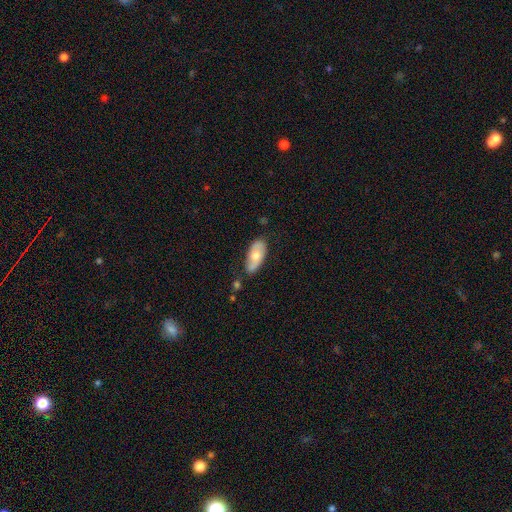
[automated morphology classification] Smooth or featured? Predicted: smooth (p=0.57). How rounded? Predicted: in between (p=0.88). Merging? Predicted: none (p=0.74).